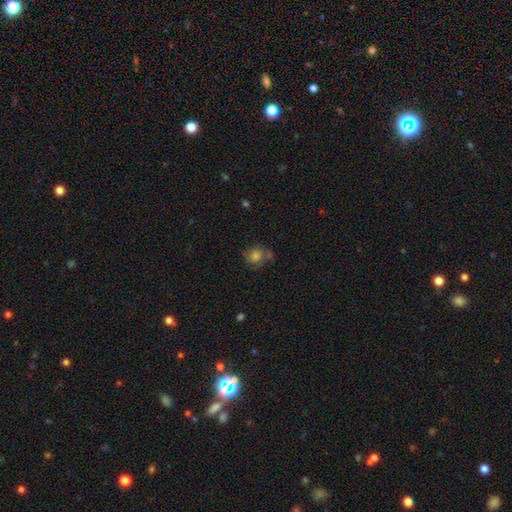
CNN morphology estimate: This is likely a smooth galaxy (68%). How rounded: clearly round (81%). Merging: possibly none (57%).